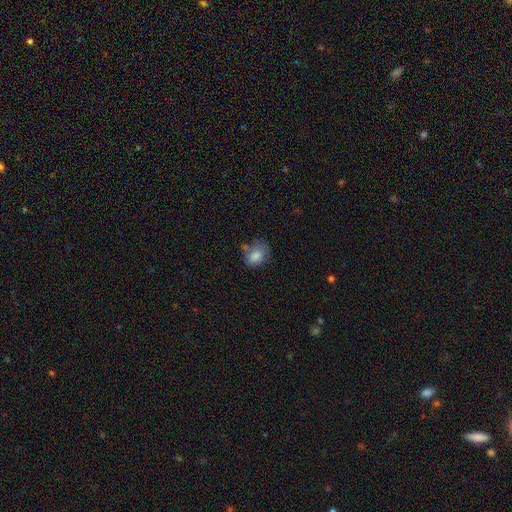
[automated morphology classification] This appears to be a smooth galaxy with no disk features (82%) that is in between round and cigar-shaped (71%). Merging: none (54%).